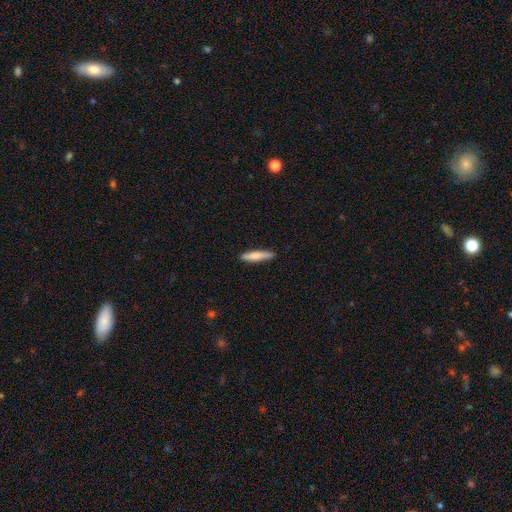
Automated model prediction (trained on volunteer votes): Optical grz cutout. It shows a smooth galaxy with no disk features (78%) that is cigar-shaped (87%). Merging: none (89%).